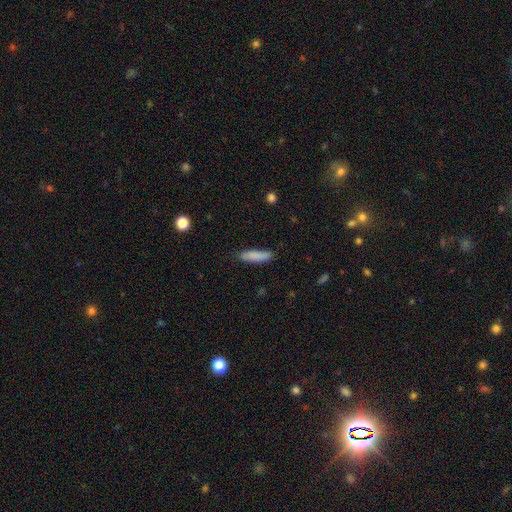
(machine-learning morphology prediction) Smooth or featured?
  - smooth: 85% *
  - featured or disk: 9%
  - star or artifact: 6%
How rounded?
  - cigar-shaped: 74% *
  - in between: 24%
  - round: 2%
Merging?
  - none: 83% *
  - minor disturbance: 13%
  - major disturbance: 2%
  - merger: 2%